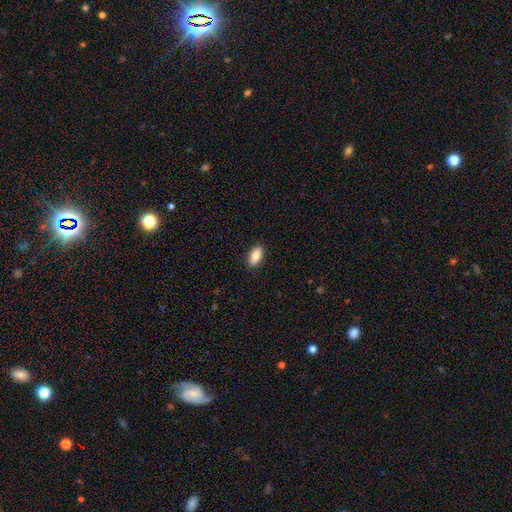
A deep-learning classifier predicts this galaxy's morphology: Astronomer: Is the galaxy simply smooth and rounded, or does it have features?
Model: smooth — 87%.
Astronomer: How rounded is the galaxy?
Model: in between — 88%.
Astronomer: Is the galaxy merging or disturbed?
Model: none — 90%.